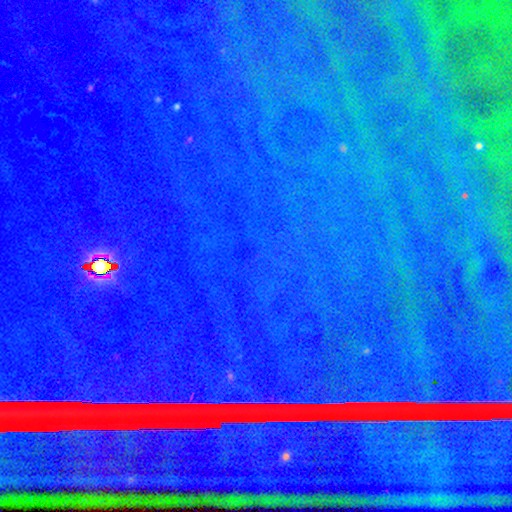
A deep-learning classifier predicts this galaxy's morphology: A star or artifact, not a galaxy (87%).

Vote fractions:
- Smooth or featured? star or artifact: 87% / featured or disk: 7% / smooth: 6%